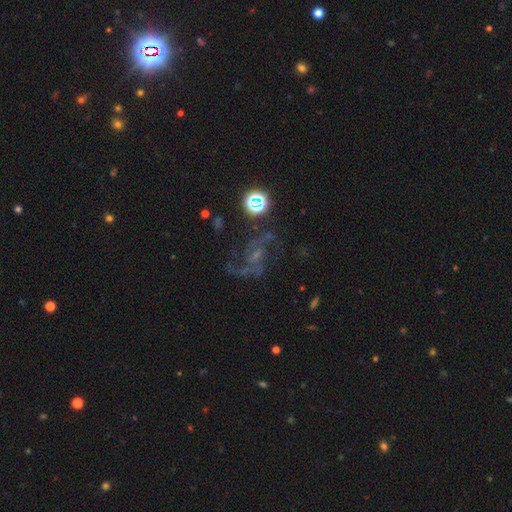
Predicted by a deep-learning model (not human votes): Q: Smooth or featured?
A: featured or disk (69%); runner-up: star or artifact (21%)
Q: Edge-on disk?
A: no (97%); runner-up: yes (3%)
Q: Bar?
A: no (53%); runner-up: weak (36%)
Q: Spiral arms?
A: yes (88%); runner-up: no (12%)
Q: Spiral winding?
A: loose (56%); runner-up: medium (36%)
Q: Spiral arm count?
A: 2 (72%); runner-up: can't tell (10%)
Q: Bulge size?
A: small (56%); runner-up: none (22%)
Q: Merging?
A: none (52%); runner-up: major disturbance (26%)